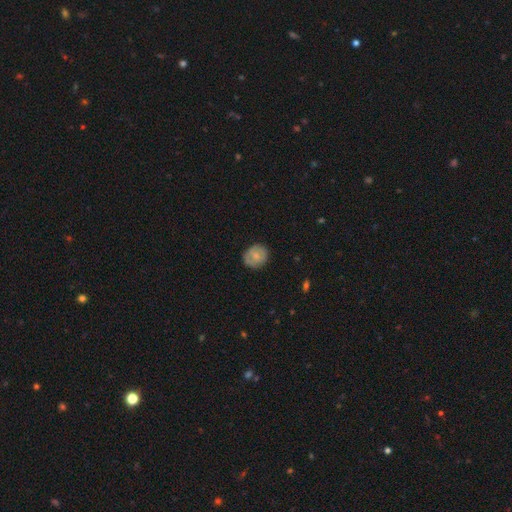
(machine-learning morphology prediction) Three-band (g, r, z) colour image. It shows a smooth galaxy with no disk features (66%) that is round (72%). Merging: none (80%).